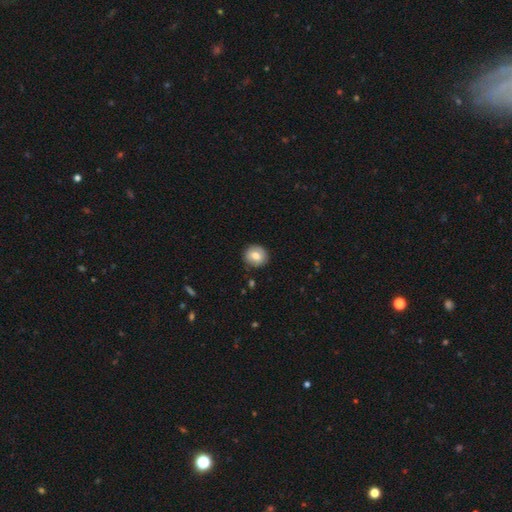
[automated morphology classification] smooth 73%, featured or disk 19%, star or artifact 8%. Down the decision tree: how rounded — round (88%); merging — none (87%).